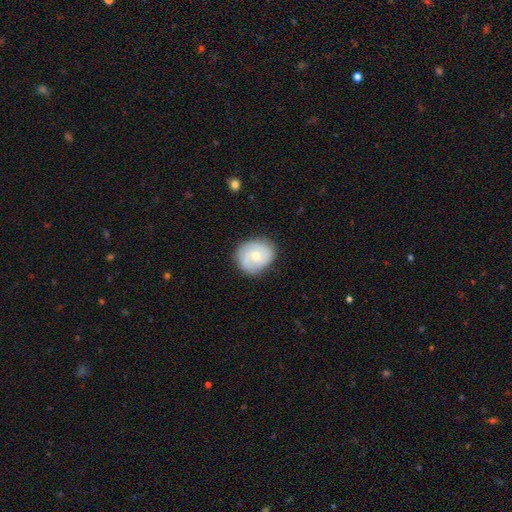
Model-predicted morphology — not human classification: featured or disk 56%, smooth 38%, star or artifact 6%. Down the decision tree: edge-on disk — no (97%); bar — no (69%); spiral arms — yes (85%); bulge size — moderate (54%); merging — none (75%).